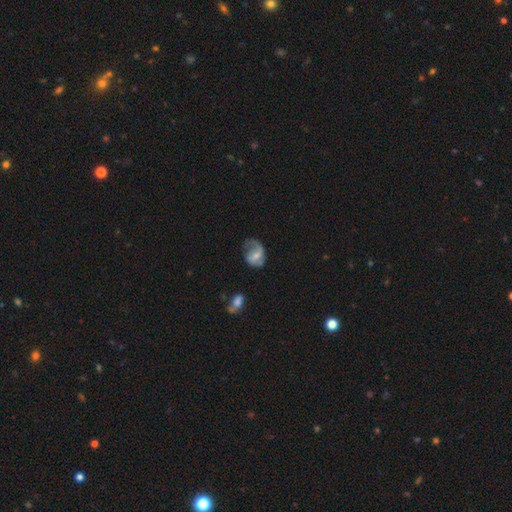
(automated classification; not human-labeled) Smooth or featured? featured or disk (57%)
Edge-on disk? no (97%)
Bar? weak (46%)
Spiral arms? yes (78%)
Bulge size? small (47%)
Merging? none (38%)